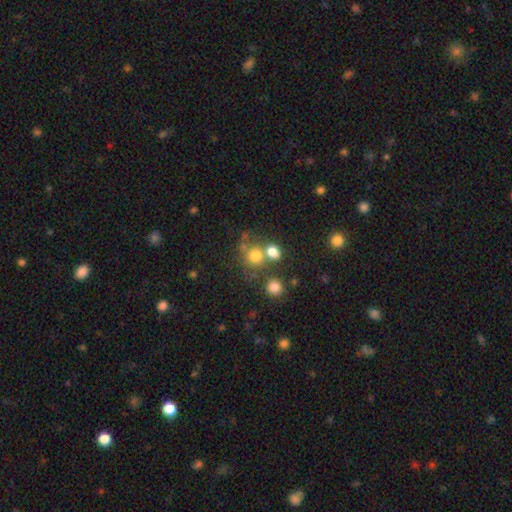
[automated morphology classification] Smooth or featured?
  - smooth: 73% *
  - star or artifact: 16%
  - featured or disk: 11%
How rounded?
  - round: 81% *
  - in between: 18%
  - cigar-shaped: 1%
Merging?
  - none: 53% *
  - merger: 32%
  - minor disturbance: 10%
  - major disturbance: 5%